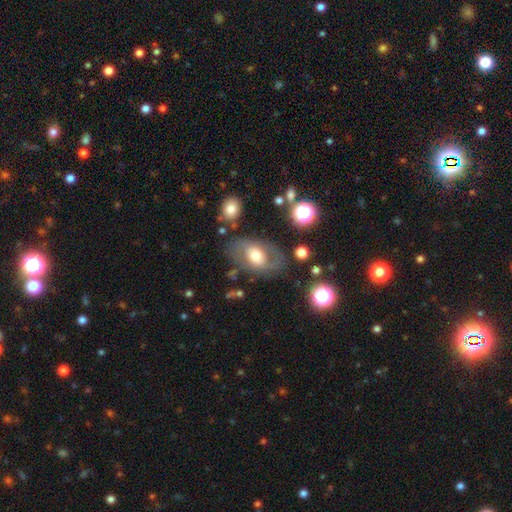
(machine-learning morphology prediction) smooth_or_featured: featured or disk (p=0.48) [alt: smooth p=0.44]
merging: none (p=0.68) [alt: minor disturbance p=0.17]